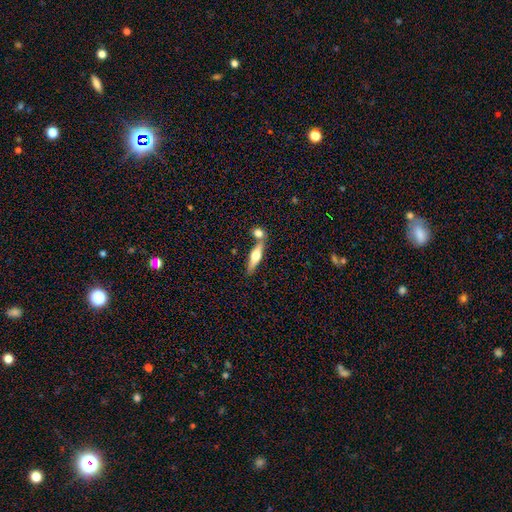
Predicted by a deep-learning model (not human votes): Smooth or featured: featured or disk — 53% (smooth — 41%)
Edge-on disk: yes — 93% (no — 7%)
Merging: none — 63% (merger — 24%)